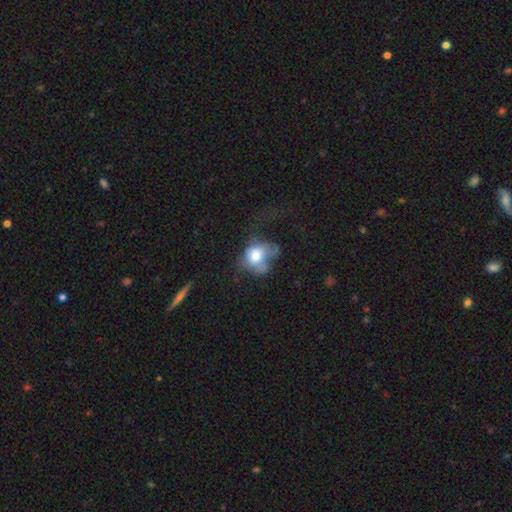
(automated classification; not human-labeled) smooth_or_featured: smooth (p=0.65) [alt: featured or disk p=0.24]
how_rounded: in between (p=0.50) [alt: round p=0.48]
merging: major disturbance (p=0.44) [alt: none p=0.24]